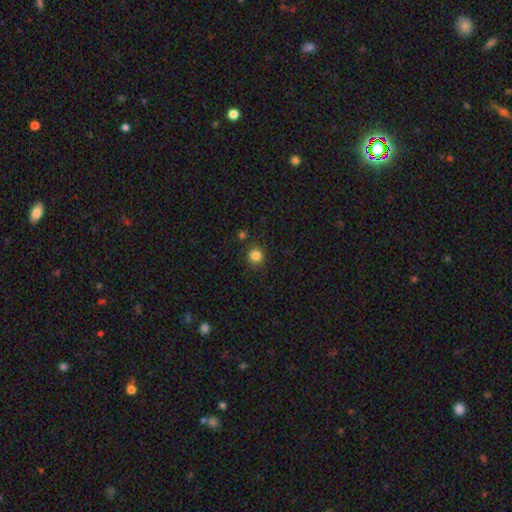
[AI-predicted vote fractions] Smooth or featured? smooth (83%)
How rounded? round (93%)
Merging? none (89%)